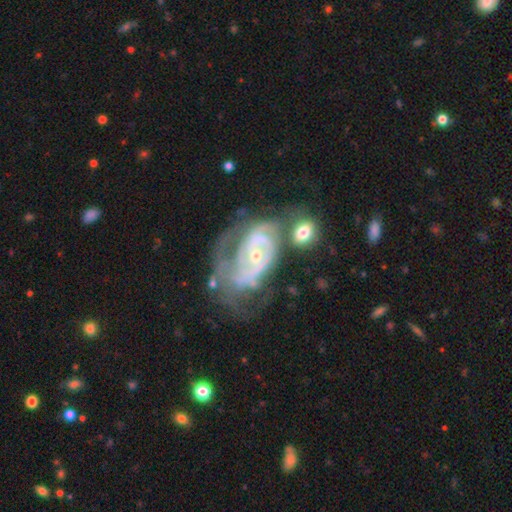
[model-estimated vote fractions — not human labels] This appears to be a featured or disk galaxy (85%) with no bar (64%), 2 (37%) tight (56%) spiral arms (89%) and a small central bulge (61%). Merging: none (31%).